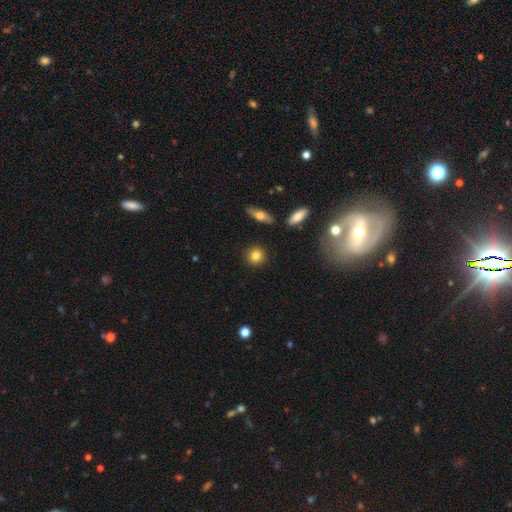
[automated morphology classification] The model was most divided on "smooth or featured": smooth: 83%, star or artifact: 8%, featured or disk: 8%. More confident: merging — none (90%); how rounded — round (88%).